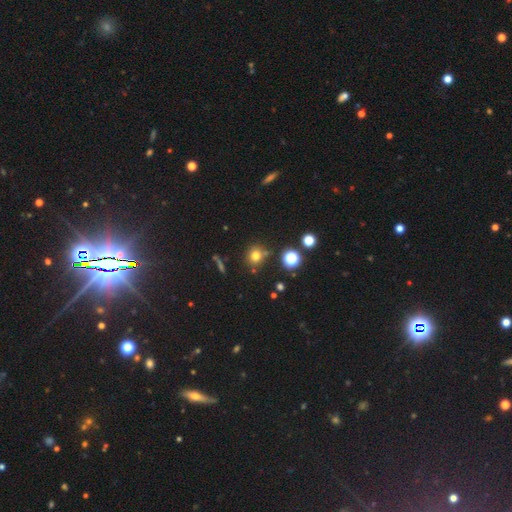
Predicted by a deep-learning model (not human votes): The model was most divided on "smooth or featured": smooth: 73%, star or artifact: 19%, featured or disk: 8%. More confident: how rounded — round (83%); merging — none (79%).